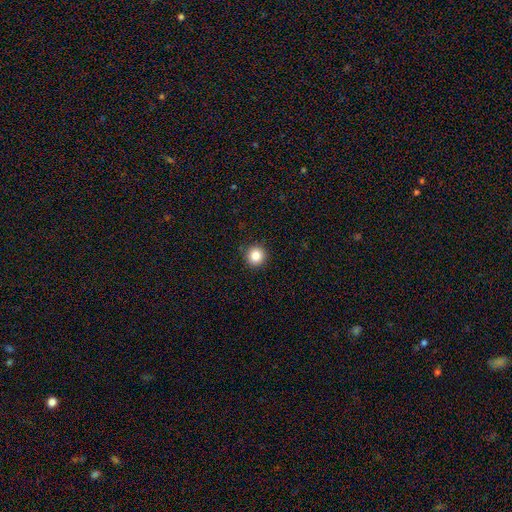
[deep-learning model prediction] Q: Smooth or featured?
A: smooth (85%); runner-up: star or artifact (10%)
Q: How rounded?
A: round (95%); runner-up: in between (4%)
Q: Merging?
A: none (92%); runner-up: minor disturbance (6%)